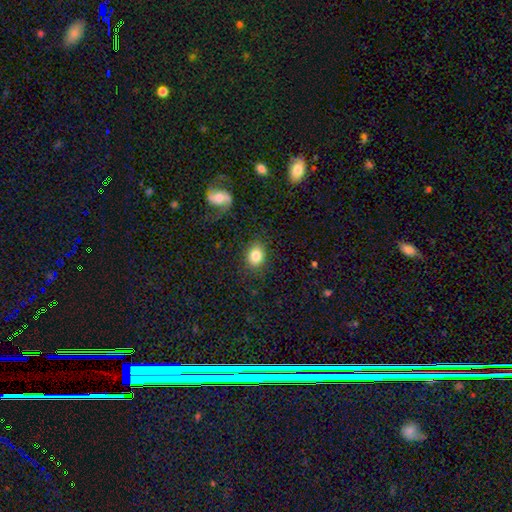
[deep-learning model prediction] The model was most divided on "how rounded": in between: 56%, round: 43%, cigar-shaped: 1%. More confident: smooth or featured — smooth (83%); merging — none (83%).